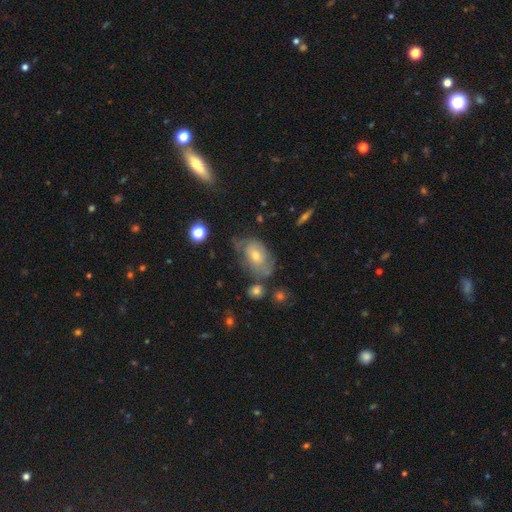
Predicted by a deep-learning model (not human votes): featured or disk 55%, smooth 35%, star or artifact 10%. Down the decision tree: edge-on disk — no (92%); bar — no (76%); spiral arms — yes (63%); bulge size — moderate (58%); merging — none (50%).